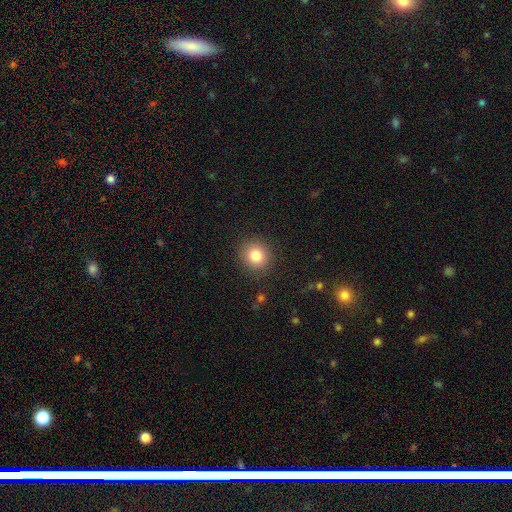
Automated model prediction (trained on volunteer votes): A smooth galaxy with no disk features (82%) that is round (88%). Merging: none (89%).